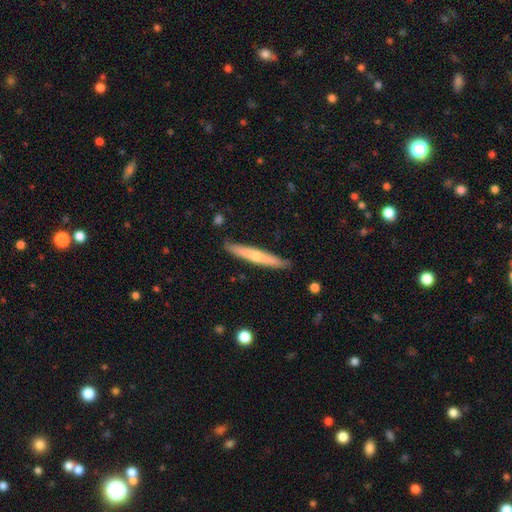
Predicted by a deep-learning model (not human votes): A featured or disk galaxy (49%).

Vote fractions:
- Smooth or featured? featured or disk: 49% / smooth: 46% / star or artifact: 6%
- Merging? none: 89% / minor disturbance: 8% / major disturbance: 1% / merger: 1%